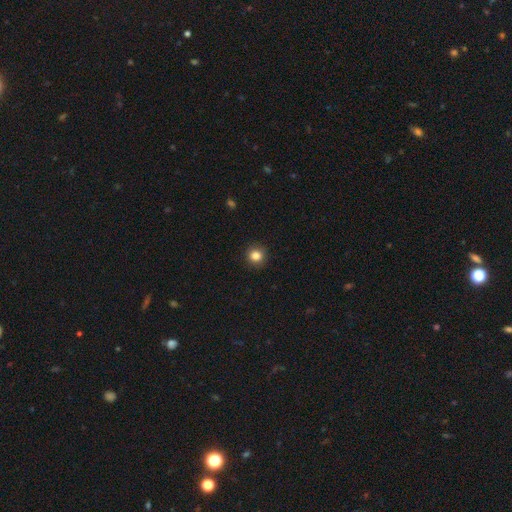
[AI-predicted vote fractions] This is clearly a smooth galaxy (84%). How rounded: clearly round (91%). Merging: clearly none (91%).